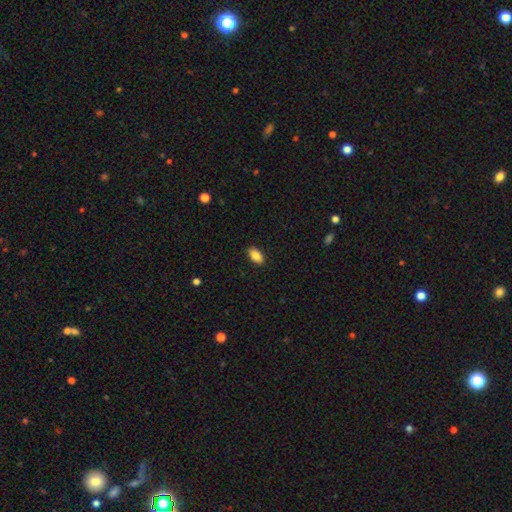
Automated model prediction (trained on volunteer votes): The model was most divided on "smooth or featured": smooth: 87%, star or artifact: 7%, featured or disk: 5%. More confident: how rounded — in between (93%); merging — none (89%).